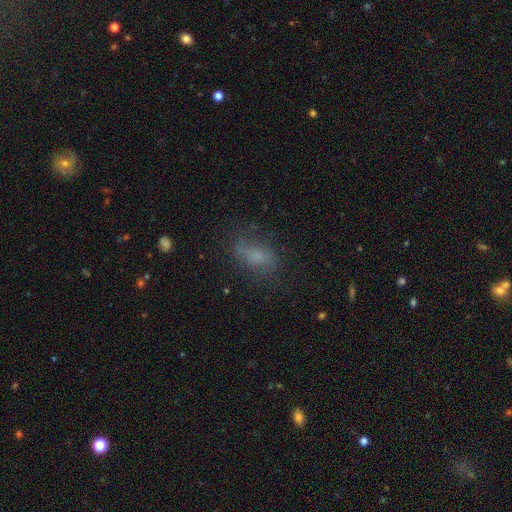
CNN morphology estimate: The model was most divided on "merging": none: 63%, minor disturbance: 21%, major disturbance: 14%, merger: 2%. More confident: how rounded — in between (78%); smooth or featured — smooth (65%).